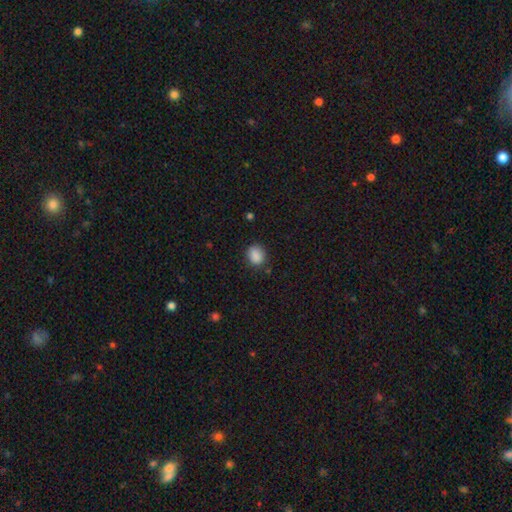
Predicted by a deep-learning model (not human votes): Morphology: type=smooth (88%); roundness=round (54%); merging=none (81%).